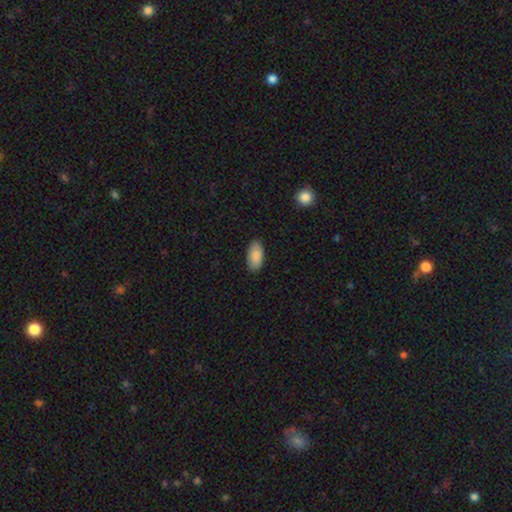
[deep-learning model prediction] This appears to be a smooth galaxy with no disk features (89%) that is in between round and cigar-shaped (94%). Merging: none (87%).